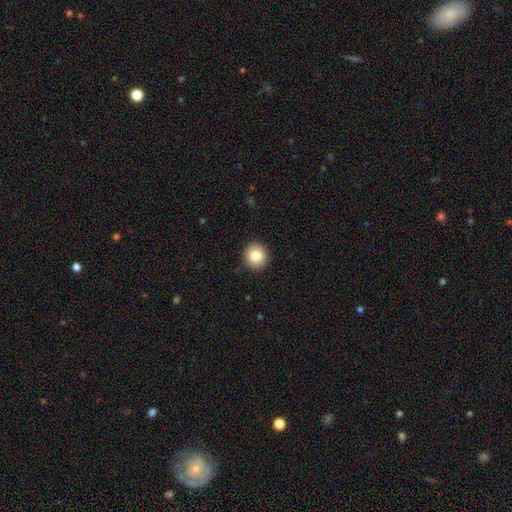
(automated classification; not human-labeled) A smooth galaxy with no disk features (82%) that is round (94%).

Vote fractions:
- Smooth or featured? smooth: 82% / star or artifact: 9% / featured or disk: 9%
- How rounded? round: 94% / in between: 5% / cigar-shaped: 1%
- Merging? none: 92% / minor disturbance: 6% / major disturbance: 2% / merger: 1%